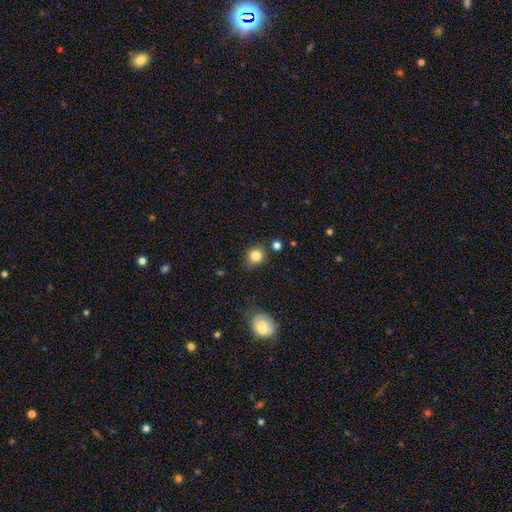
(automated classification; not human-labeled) smooth_or_featured: smooth (p=0.82) [alt: star or artifact p=0.11]
how_rounded: round (p=0.80) [alt: in between p=0.19]
merging: none (p=0.77) [alt: minor disturbance p=0.14]